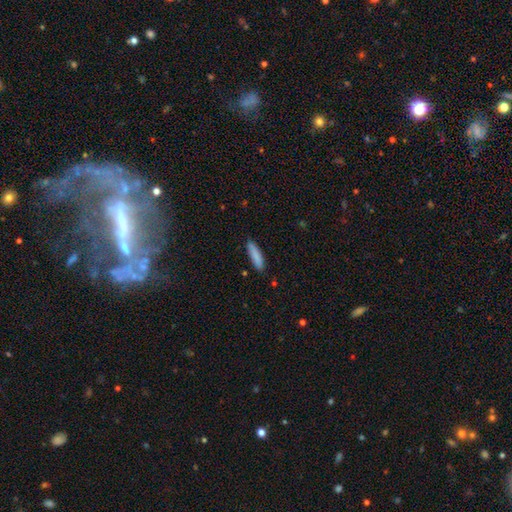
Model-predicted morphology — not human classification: smooth 87%, featured or disk 7%, star or artifact 6%. Down the decision tree: how rounded — cigar-shaped (71%); merging — none (85%).